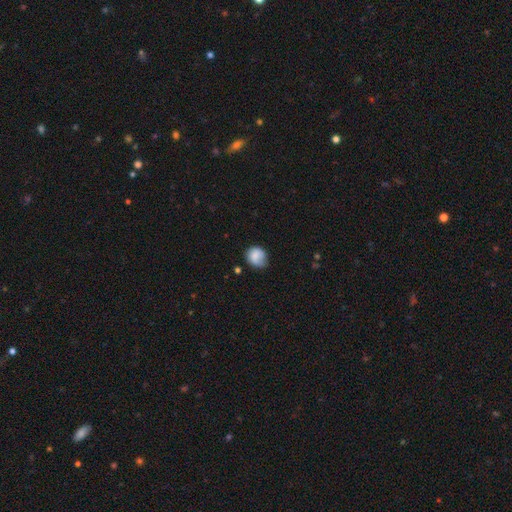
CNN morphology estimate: type=smooth (75%); roundness=round (73%); merging=none (57%).